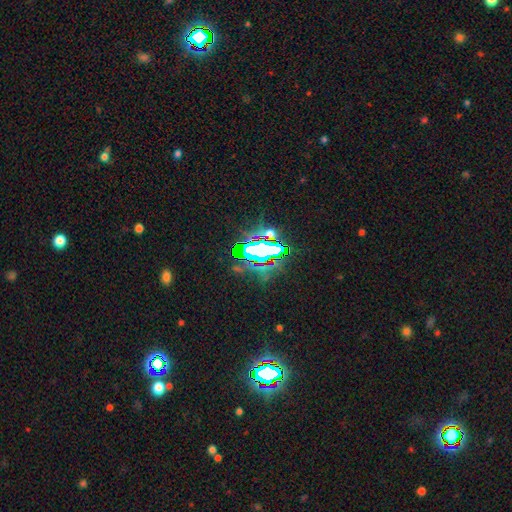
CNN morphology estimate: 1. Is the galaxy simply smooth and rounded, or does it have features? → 72% star or artifact, 15% smooth, 12% featured or disk.